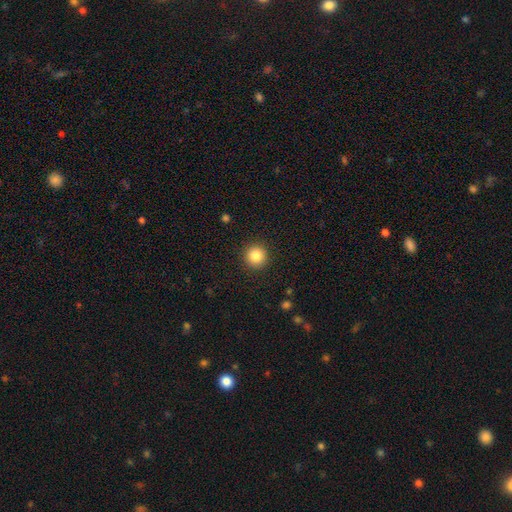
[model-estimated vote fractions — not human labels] Morphology: type=smooth (84%); roundness=round (95%); merging=none (92%).